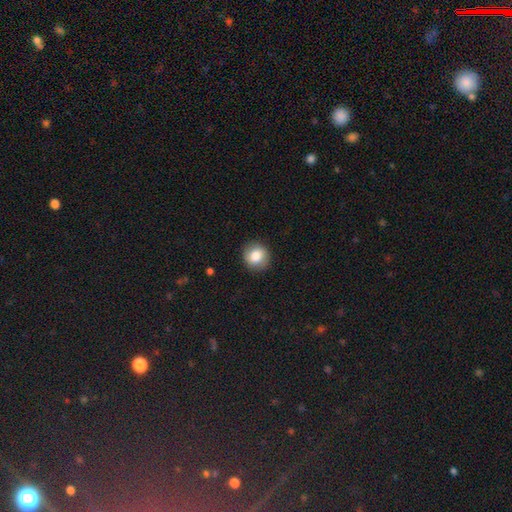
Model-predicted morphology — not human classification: Overall: smooth (82%). How rounded: round (87%). Merging: none (89%).